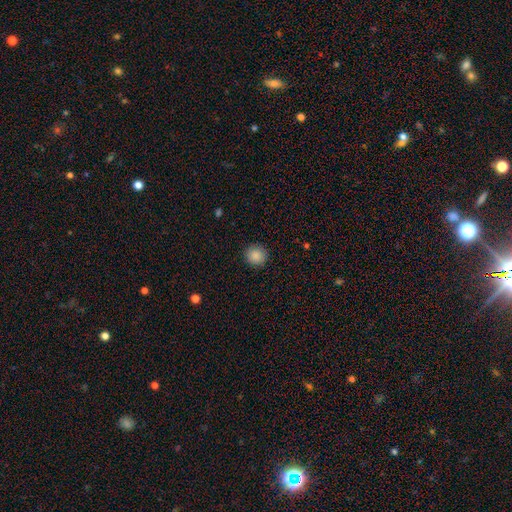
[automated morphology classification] Overall: smooth (87%). How rounded: round (92%). Merging: none (91%).